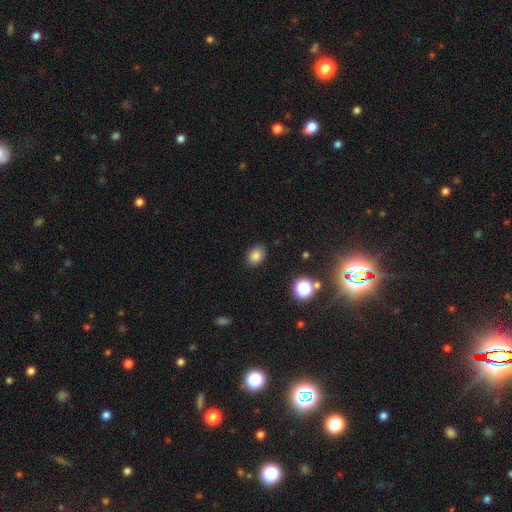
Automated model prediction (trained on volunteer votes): This appears to be a smooth galaxy with no disk features (81%) that is in between round and cigar-shaped (72%). Merging: none (87%).